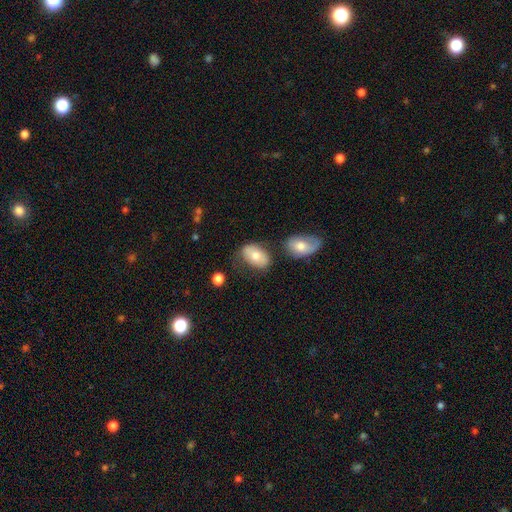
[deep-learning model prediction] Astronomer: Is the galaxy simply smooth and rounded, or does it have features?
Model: smooth — 73%.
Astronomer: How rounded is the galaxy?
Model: in between — 90%.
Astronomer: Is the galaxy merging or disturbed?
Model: none — 55%.